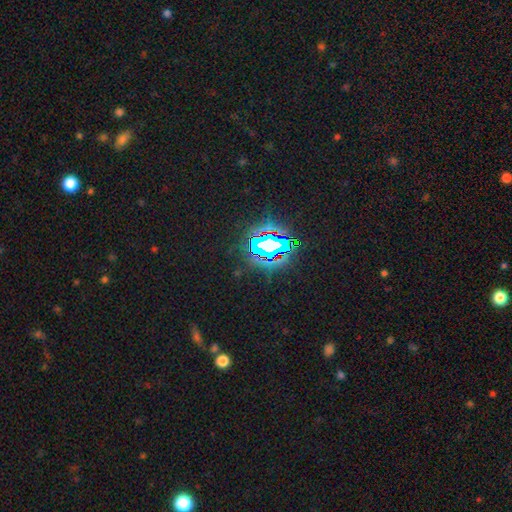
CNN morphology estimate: smooth-or-featured: star or artifact: 77% | smooth: 13% | featured or disk: 10%